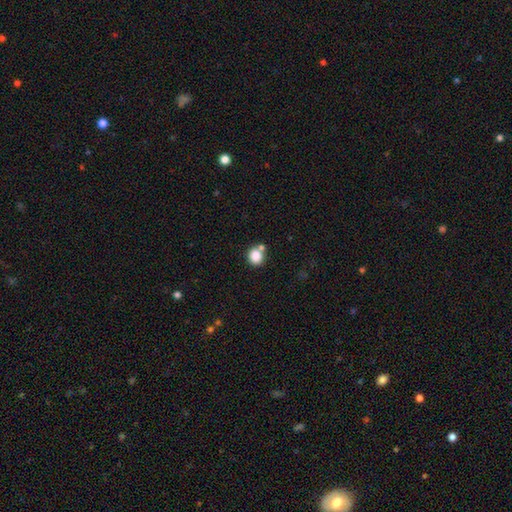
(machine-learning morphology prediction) The model was most divided on "merging": none: 61%, merger: 25%, minor disturbance: 10%, major disturbance: 4%. More confident: smooth or featured — smooth (84%); how rounded — round (79%).